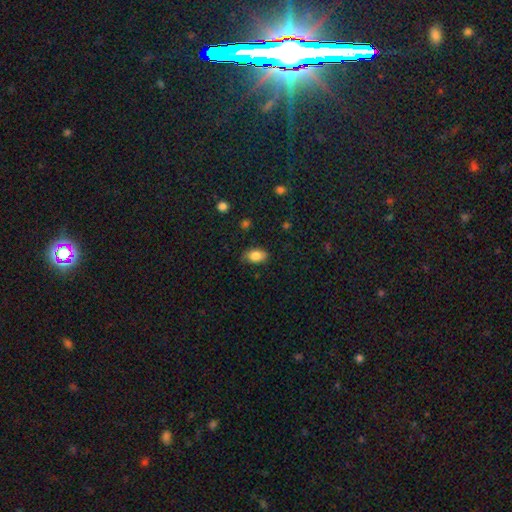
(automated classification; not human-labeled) smooth 84%, featured or disk 8%, star or artifact 8%. Down the decision tree: how rounded — in between (89%); merging — none (73%).